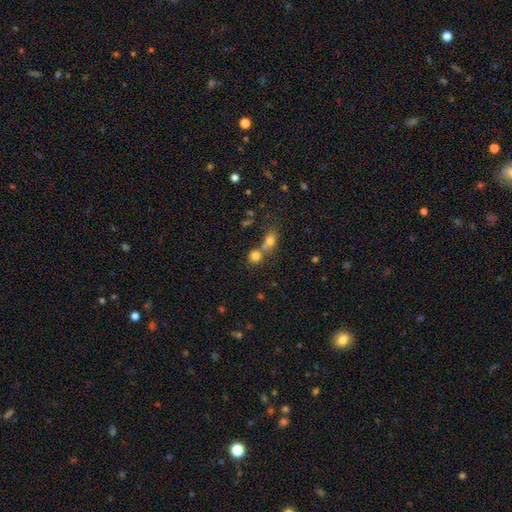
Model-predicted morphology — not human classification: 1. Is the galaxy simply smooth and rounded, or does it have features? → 75% smooth, 15% star or artifact, 10% featured or disk.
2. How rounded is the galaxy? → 81% round, 17% in between, 1% cigar-shaped.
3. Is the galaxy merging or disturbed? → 46% merger, 44% none, 7% minor disturbance, 3% major disturbance.